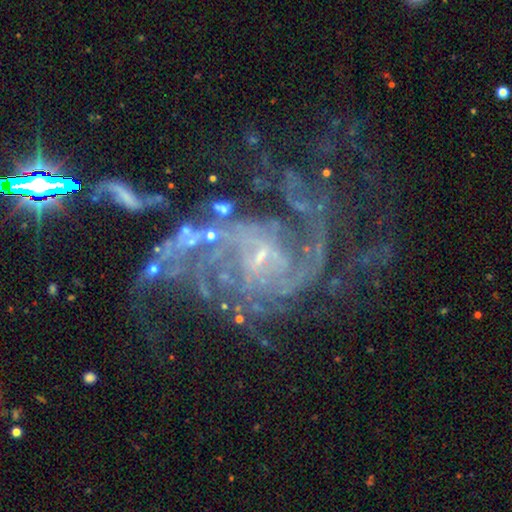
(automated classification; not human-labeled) Smooth or featured? featured or disk (87%)
Edge-on disk? no (98%)
Bar? no (51%)
Spiral arms? yes (96%)
Spiral winding? medium (46%)
Spiral arm count? 2 (33%)
Bulge size? small (76%)
Merging? none (45%)